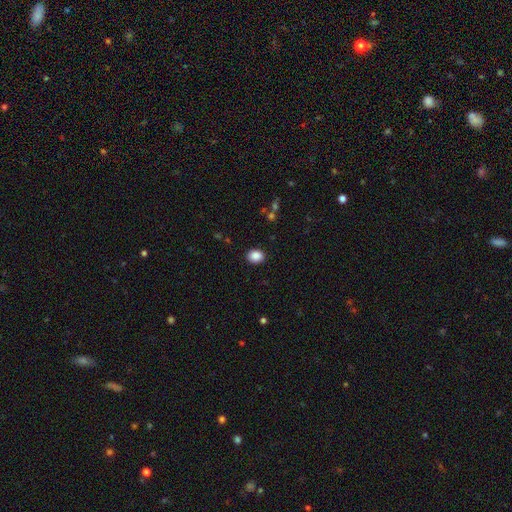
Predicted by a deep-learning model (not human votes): Smooth or featured?
  - smooth: 88% *
  - star or artifact: 9%
  - featured or disk: 3%
How rounded?
  - round: 51% *
  - in between: 48%
  - cigar-shaped: 1%
Merging?
  - none: 90% *
  - minor disturbance: 7%
  - major disturbance: 2%
  - merger: 1%